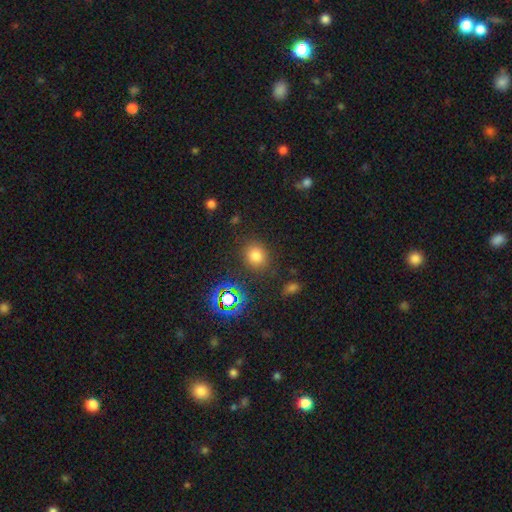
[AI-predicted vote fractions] Smooth or featured? smooth (74%)
How rounded? round (76%)
Merging? none (84%)